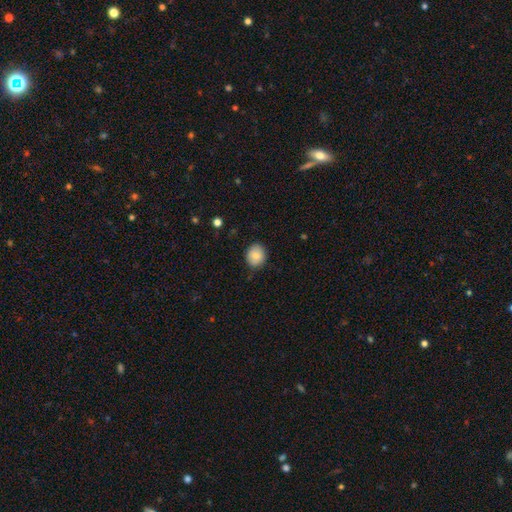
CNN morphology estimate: This is clearly a smooth galaxy (82%). How rounded: likely round (69%). Merging: clearly none (82%).